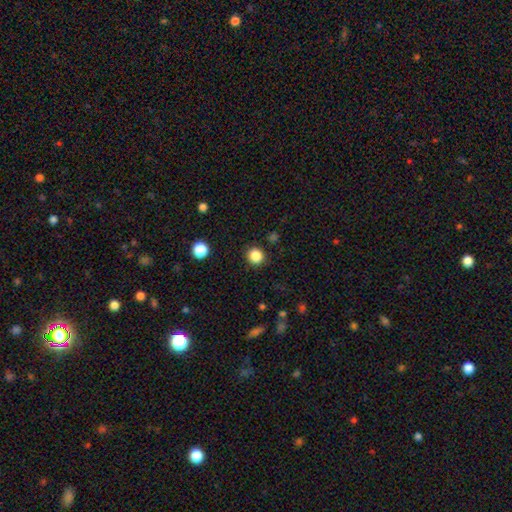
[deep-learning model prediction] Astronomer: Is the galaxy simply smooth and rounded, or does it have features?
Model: smooth — 85%.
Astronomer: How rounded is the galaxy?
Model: round — 92%.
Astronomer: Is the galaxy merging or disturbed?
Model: none — 91%.